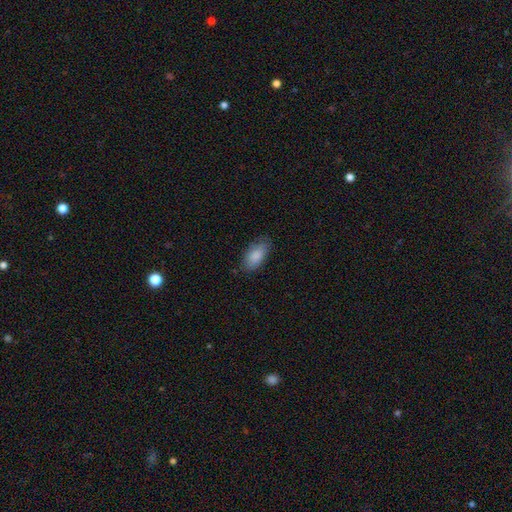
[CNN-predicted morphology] This appears to be a smooth galaxy with no disk features (87%) that is in between round and cigar-shaped (92%). Merging: none (76%).